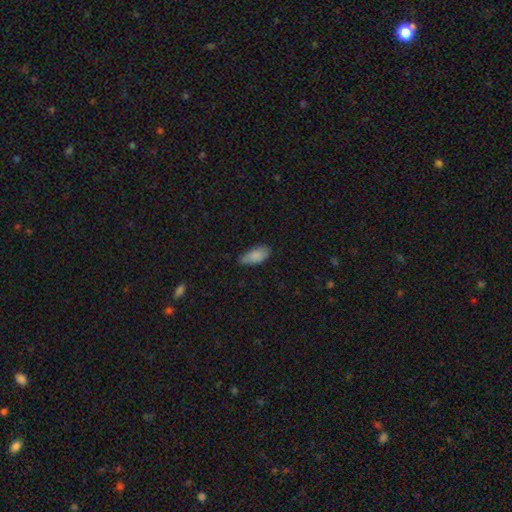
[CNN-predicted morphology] smooth_or_featured: smooth (p=0.85) [alt: featured or disk p=0.08]
how_rounded: in between (p=0.89) [alt: cigar-shaped p=0.08]
merging: none (p=0.57) [alt: minor disturbance p=0.36]